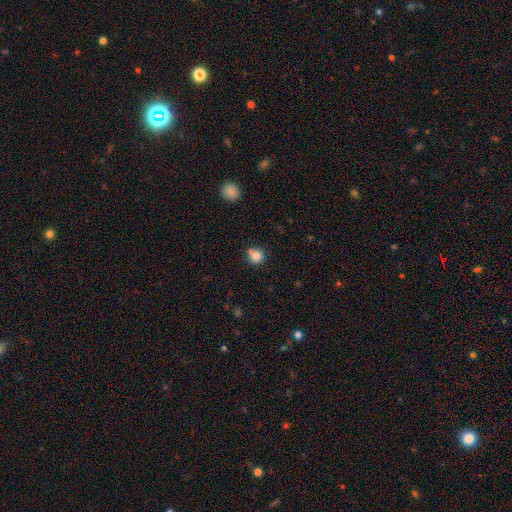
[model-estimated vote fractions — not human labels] The model was most divided on "merging": none: 60%, merger: 26%, minor disturbance: 11%, major disturbance: 3%. More confident: how rounded — round (89%); smooth or featured — smooth (80%).